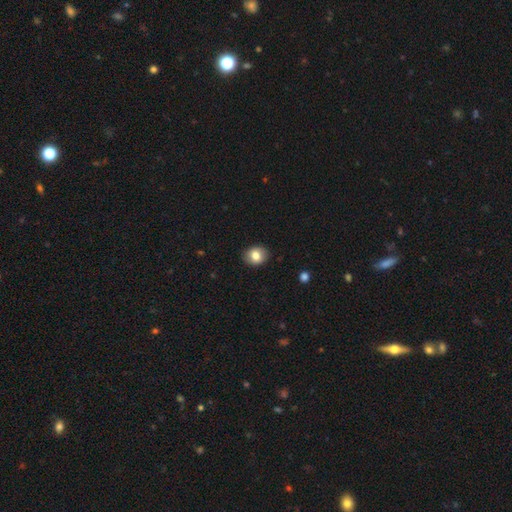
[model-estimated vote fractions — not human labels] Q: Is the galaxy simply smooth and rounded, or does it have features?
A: smooth — 81%.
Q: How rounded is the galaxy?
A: round — 56%.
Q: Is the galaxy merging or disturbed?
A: none — 89%.